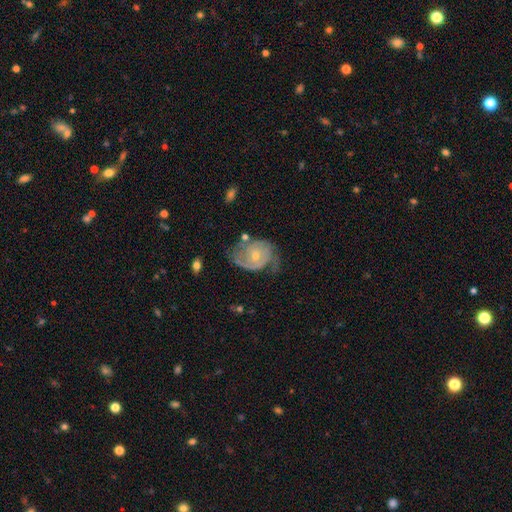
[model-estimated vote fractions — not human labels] featured or disk 83%, smooth 11%, star or artifact 5%. Down the decision tree: edge-on disk — no (97%); bar — no (65%); spiral arms — yes (93%); spiral arm count — 2 (64%); spiral winding — tight (49%); bulge size — small (60%); merging — none (53%).